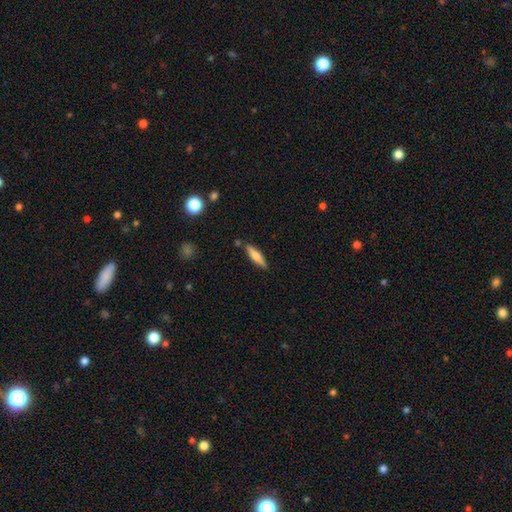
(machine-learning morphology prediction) A smooth galaxy with no disk features (62%) that is cigar-shaped (76%). Merging: none (83%).